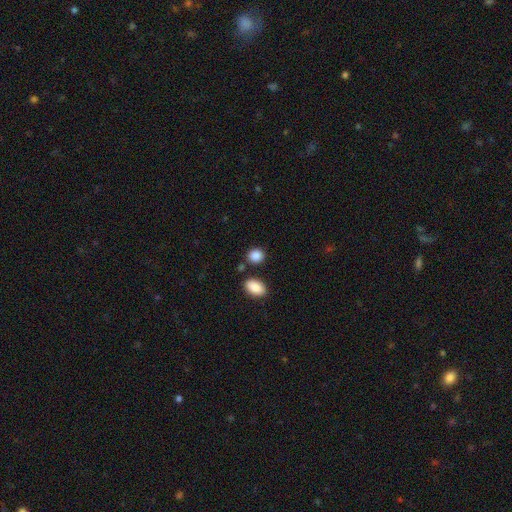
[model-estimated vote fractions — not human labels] This is clearly a smooth galaxy (88%). How rounded: likely round (64%). Merging: likely none (78%).